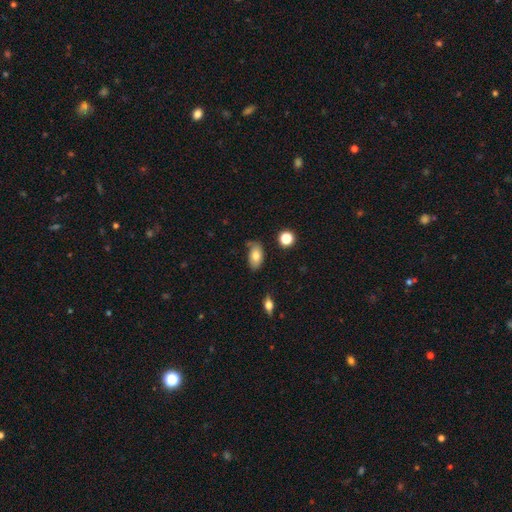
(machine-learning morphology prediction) Smooth or featured? smooth (77%)
How rounded? in between (92%)
Merging? none (70%)